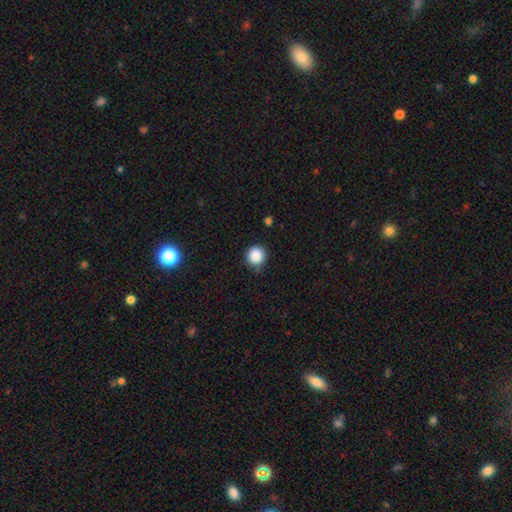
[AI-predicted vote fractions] smooth-or-featured: smooth: 87% | star or artifact: 10% | featured or disk: 3%
  how-rounded: round: 92% | in between: 7% | cigar-shaped: 1%
  merging: none: 81% | minor disturbance: 15% | major disturbance: 3% | merger: 2%